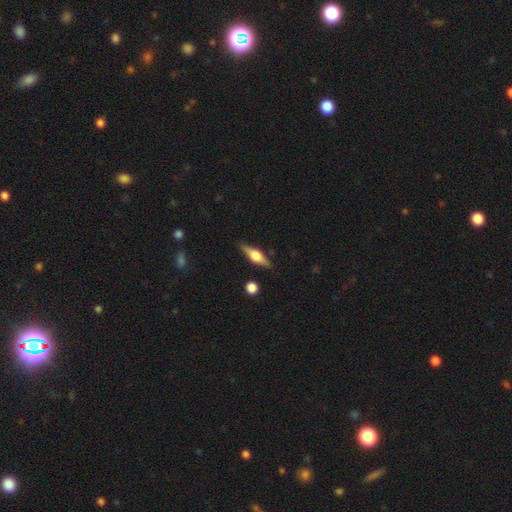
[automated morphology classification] This appears to be a featured or disk galaxy (67%) viewed edge-on (96%) with a rounded central bulge (89%). Merging: none (86%).